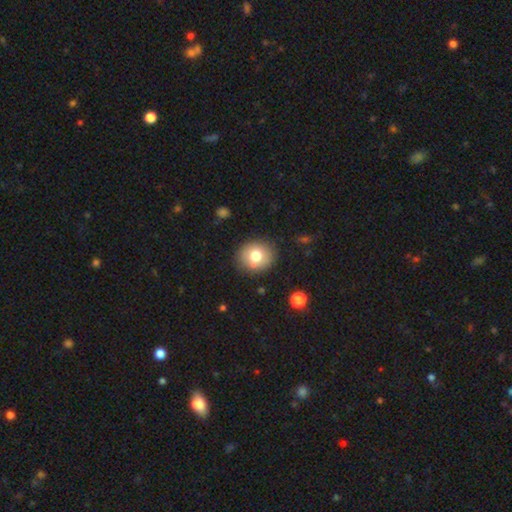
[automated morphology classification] Q: Smooth or featured?
A: smooth (74%); runner-up: featured or disk (16%)
Q: How rounded?
A: round (72%); runner-up: in between (28%)
Q: Merging?
A: none (80%); runner-up: minor disturbance (12%)